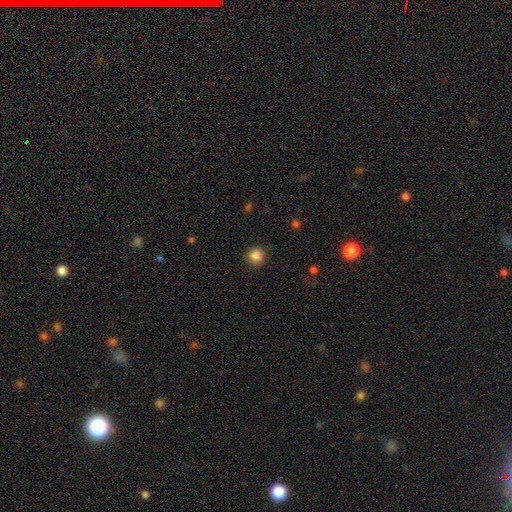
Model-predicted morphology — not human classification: This is clearly a smooth galaxy (86%). How rounded: clearly round (94%). Merging: clearly none (90%).